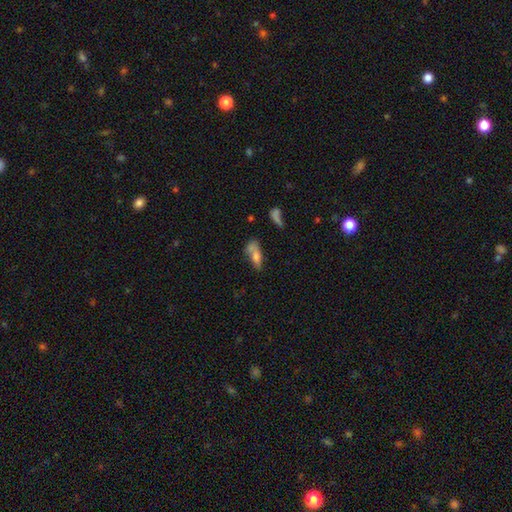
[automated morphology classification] Smooth or featured? smooth (66%)
How rounded? in between (66%)
Merging? none (36%)